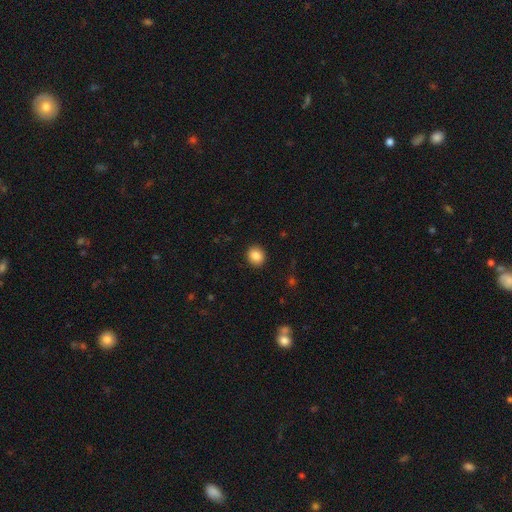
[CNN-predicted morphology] This is clearly a smooth galaxy (86%). How rounded: likely round (79%). Merging: clearly none (91%).